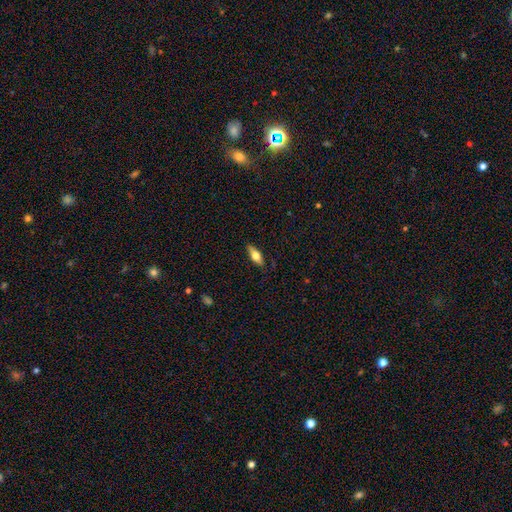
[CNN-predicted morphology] smooth-or-featured: smooth: 62% | featured or disk: 31% | star or artifact: 7%
  how-rounded: in between: 71% | cigar-shaped: 26% | round: 3%
  merging: none: 84% | minor disturbance: 12% | major disturbance: 3% | merger: 1%